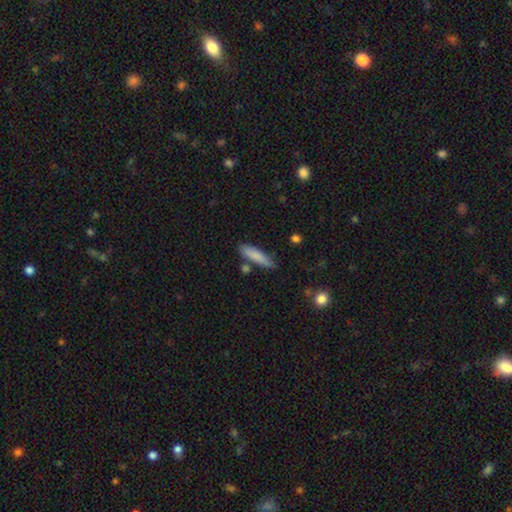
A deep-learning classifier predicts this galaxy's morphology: Smooth or featured?
  - smooth: 83% *
  - featured or disk: 11%
  - star or artifact: 6%
How rounded?
  - cigar-shaped: 76% *
  - in between: 22%
  - round: 2%
Merging?
  - none: 78% *
  - minor disturbance: 13%
  - merger: 6%
  - major disturbance: 3%